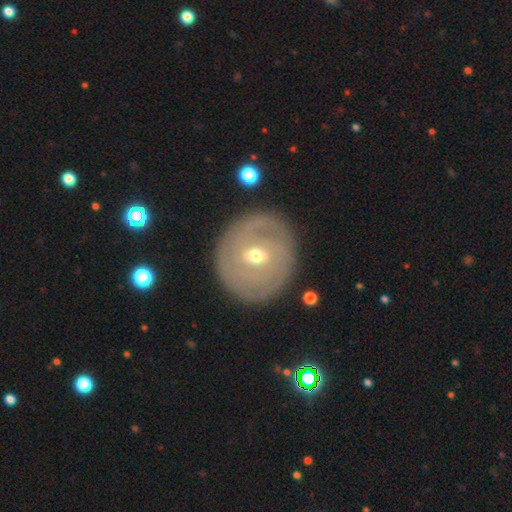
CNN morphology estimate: Q: Smooth or featured?
A: featured or disk (71%); runner-up: smooth (23%)
Q: Edge-on disk?
A: no (96%); runner-up: yes (4%)
Q: Bar?
A: weak (46%); runner-up: no (41%)
Q: Spiral arms?
A: yes (63%); runner-up: no (37%)
Q: Bulge size?
A: moderate (50%); runner-up: small (46%)
Q: Merging?
A: none (85%); runner-up: minor disturbance (9%)